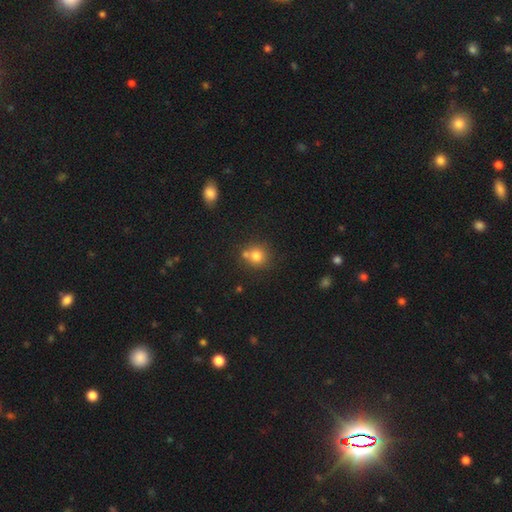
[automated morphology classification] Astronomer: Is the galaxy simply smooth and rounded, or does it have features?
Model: smooth — 78%.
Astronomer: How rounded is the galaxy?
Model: round — 86%.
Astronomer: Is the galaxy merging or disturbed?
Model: none — 60%.